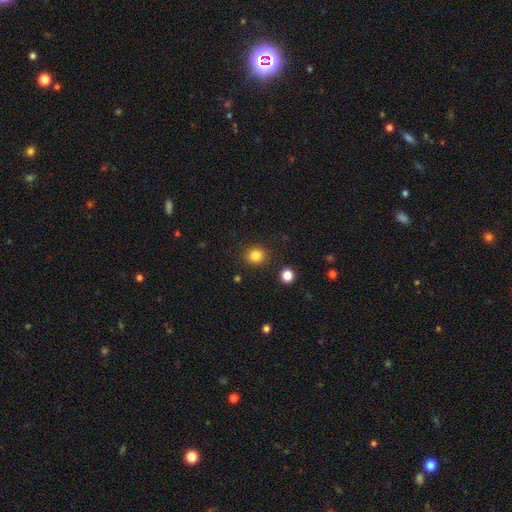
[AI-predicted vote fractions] This appears to be a smooth galaxy with no disk features (83%) that is round (85%). Merging: none (89%).